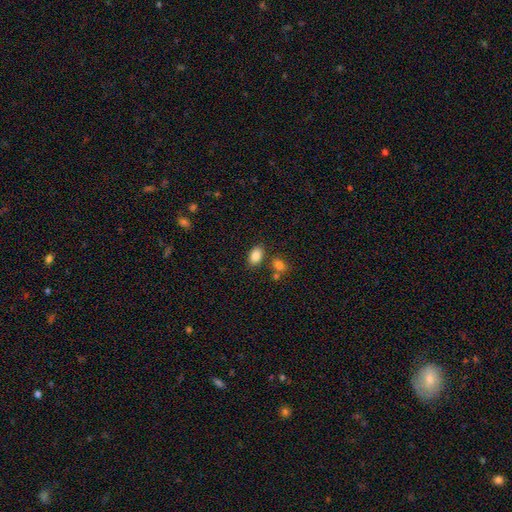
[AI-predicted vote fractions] smooth_or_featured: smooth (p=0.86) [alt: star or artifact p=0.09]
how_rounded: in between (p=0.86) [alt: round p=0.12]
merging: none (p=0.77) [alt: minor disturbance p=0.11]